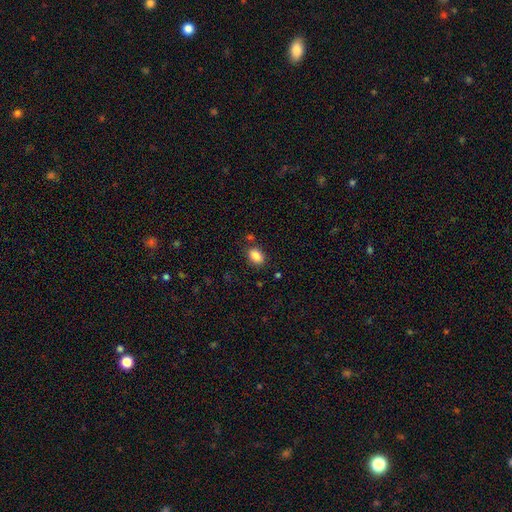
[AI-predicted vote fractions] A smooth galaxy with no disk features (87%) that is in between round and cigar-shaped (81%). Merging: none (79%).